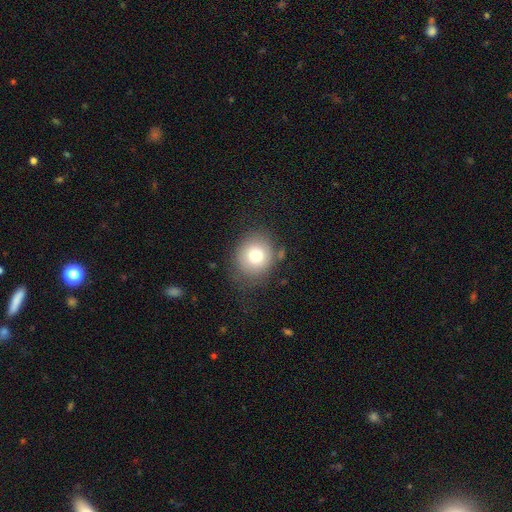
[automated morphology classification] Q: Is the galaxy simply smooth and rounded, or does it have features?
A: smooth — 75%.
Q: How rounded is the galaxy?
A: round — 78%.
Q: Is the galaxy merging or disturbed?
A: none — 75%.